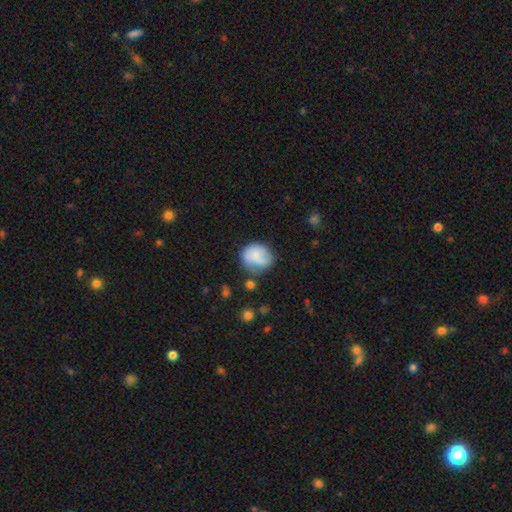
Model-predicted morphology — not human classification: smooth_or_featured: smooth (p=0.67) [alt: featured or disk p=0.25]
how_rounded: round (p=0.70) [alt: in between p=0.29]
merging: none (p=0.54) [alt: minor disturbance p=0.28]